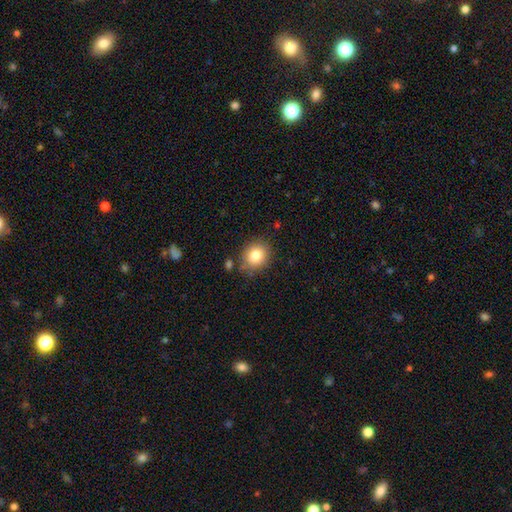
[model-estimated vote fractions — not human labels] Smooth or featured: smooth — 83% (star or artifact — 10%)
How rounded: round — 70% (in between — 30%)
Merging: none — 81% (minor disturbance — 12%)